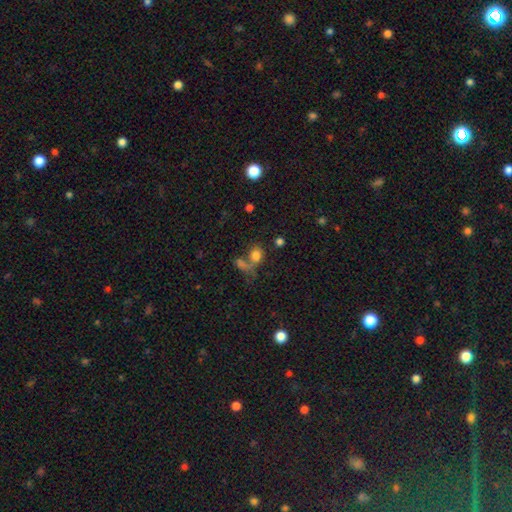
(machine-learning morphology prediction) Smooth or featured? smooth (75%)
How rounded? round (56%)
Merging? none (41%)